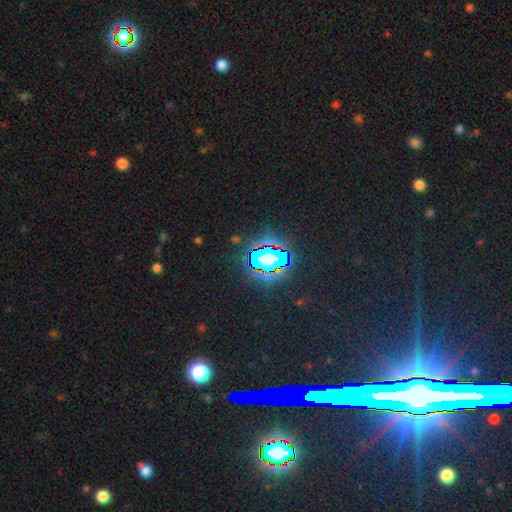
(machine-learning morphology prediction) smooth_or_featured: star or artifact (p=0.82) [alt: featured or disk p=0.09]